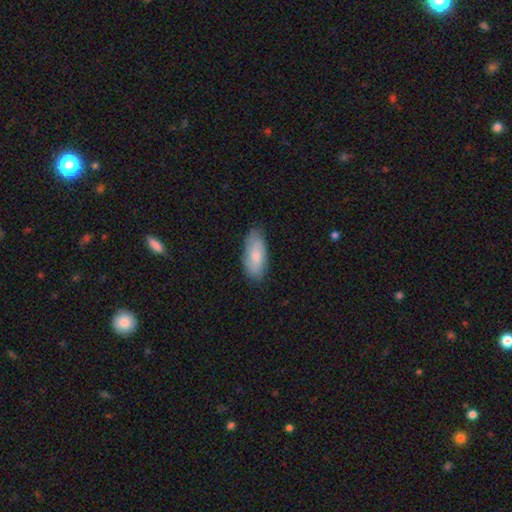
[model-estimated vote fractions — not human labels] Morphology: type=smooth (74%); roundness=in between (86%); merging=none (78%).